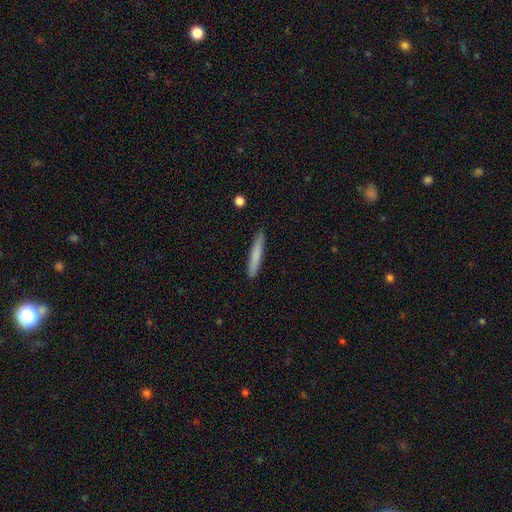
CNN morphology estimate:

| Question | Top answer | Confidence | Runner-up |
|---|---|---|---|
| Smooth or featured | smooth | 75% | featured or disk (19%) |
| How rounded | cigar-shaped | 95% | in between (4%) |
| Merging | none | 90% | minor disturbance (8%) |